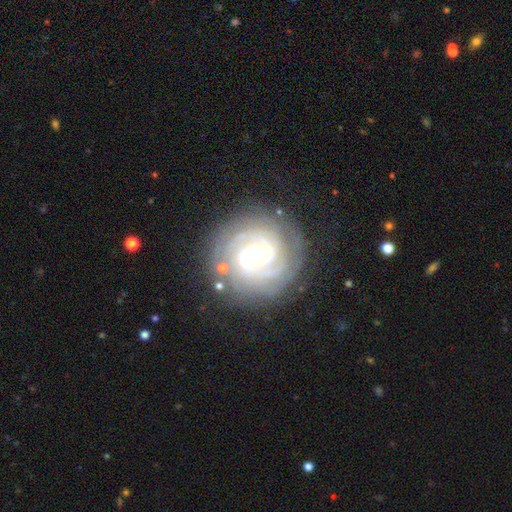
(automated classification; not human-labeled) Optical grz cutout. It shows a featured or disk galaxy (88%) with a weak bar (46%), 3 (25%) tight (78%) spiral arms (97%) and a moderate central bulge (64%). Merging: none (81%).